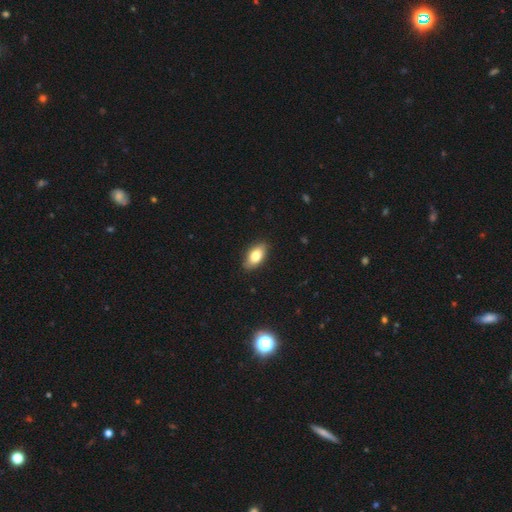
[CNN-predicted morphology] type=smooth (80%); roundness=in between (92%); merging=none (88%).